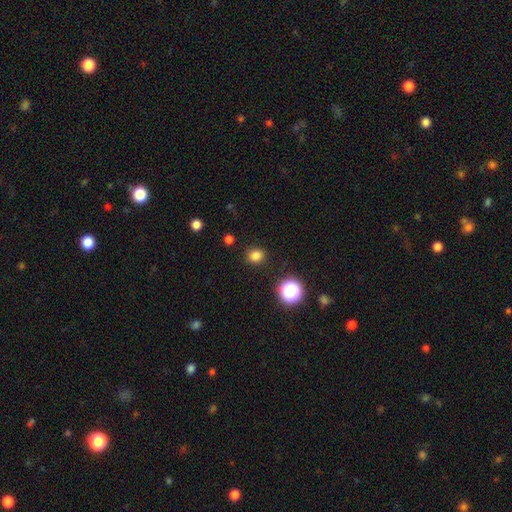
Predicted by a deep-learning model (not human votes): Morphology: type=smooth (80%); roundness=round (80%); merging=none (89%).